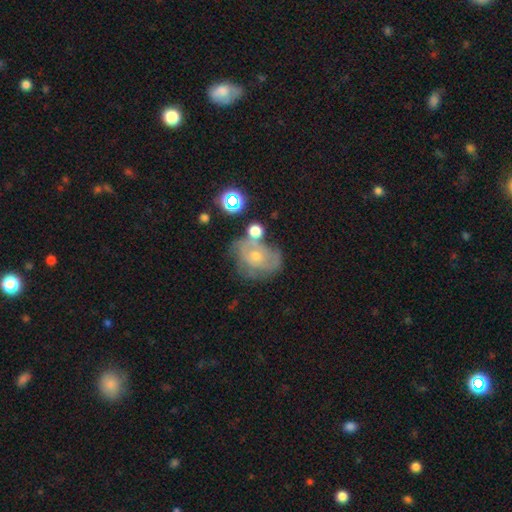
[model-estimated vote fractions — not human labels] Smooth or featured? featured or disk (59%)
Edge-on disk? no (97%)
Bar? no (80%)
Spiral arms? yes (73%)
Bulge size? small (62%)
Merging? none (48%)